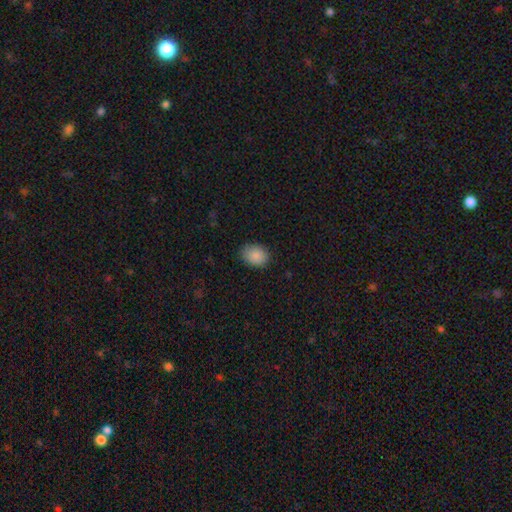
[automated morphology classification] smooth-or-featured: smooth: 88% | star or artifact: 8% | featured or disk: 4%
  how-rounded: in between: 62% | round: 37% | cigar-shaped: 1%
  merging: none: 83% | minor disturbance: 14% | major disturbance: 3% | merger: 1%